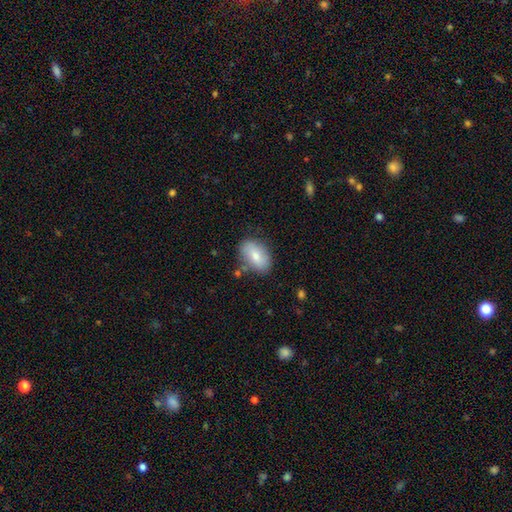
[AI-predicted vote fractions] smooth-or-featured: smooth: 77% | featured or disk: 16% | star or artifact: 7%
  how-rounded: in between: 89% | round: 9% | cigar-shaped: 2%
  merging: none: 77% | minor disturbance: 16% | major disturbance: 4% | merger: 4%